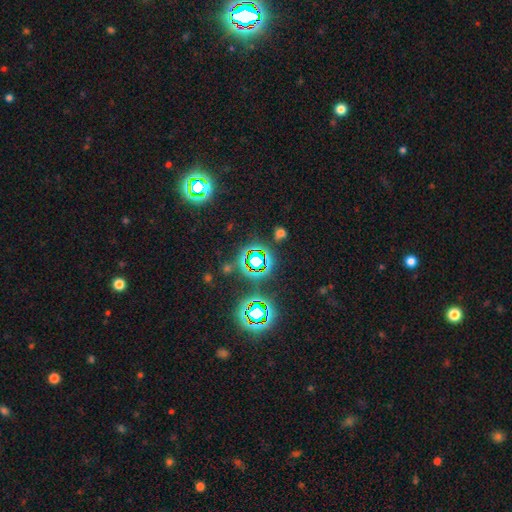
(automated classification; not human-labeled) Morphology: type=star or artifact (76%).